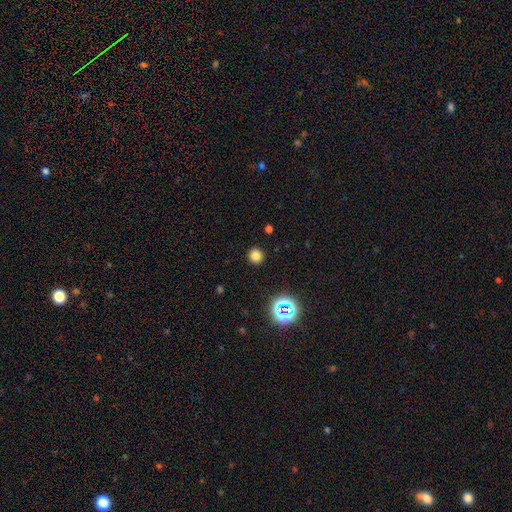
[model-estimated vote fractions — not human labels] A smooth galaxy with no disk features (76%) that is round (92%).

Vote fractions:
- Smooth or featured? smooth: 76% / star or artifact: 19% / featured or disk: 5%
- How rounded? round: 92% / in between: 7% / cigar-shaped: 1%
- Merging? none: 91% / minor disturbance: 5% / major disturbance: 2% / merger: 1%